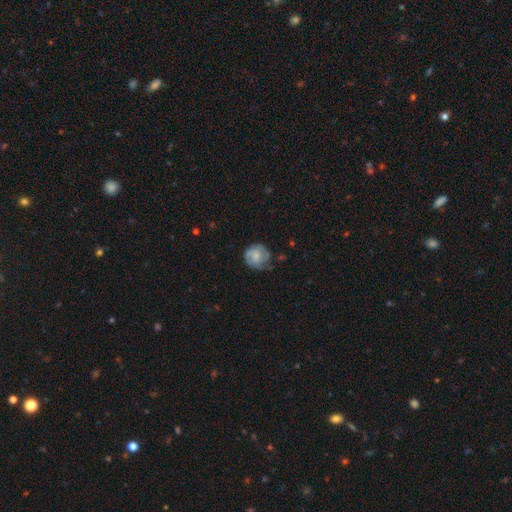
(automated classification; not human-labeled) A featured or disk galaxy (51%). Merging: none (60%).